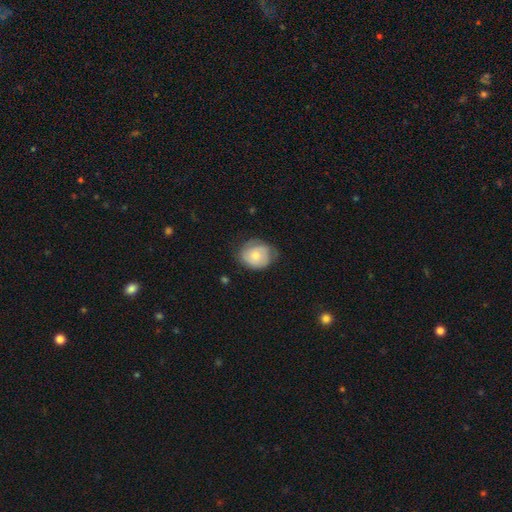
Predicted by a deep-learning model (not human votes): smooth 56%, featured or disk 38%, star or artifact 7%. Down the decision tree: how rounded — round (69%); merging — none (61%).